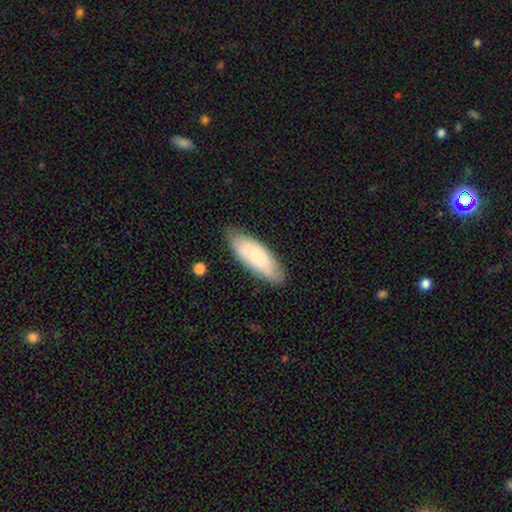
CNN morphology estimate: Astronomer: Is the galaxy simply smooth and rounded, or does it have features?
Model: smooth — 77%.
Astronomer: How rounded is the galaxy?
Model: in between — 66%.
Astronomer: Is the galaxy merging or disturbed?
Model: none — 79%.